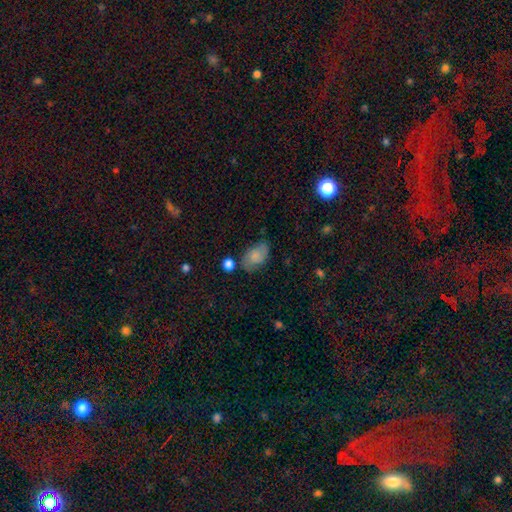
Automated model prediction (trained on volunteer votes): This appears to be a smooth galaxy with no disk features (68%) that is in between round and cigar-shaped (89%). Merging: none (61%).